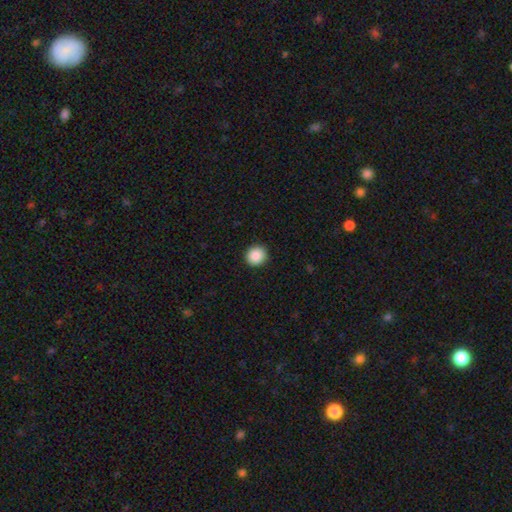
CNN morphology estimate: Overall: smooth (89%). How rounded: round (90%). Merging: none (92%).